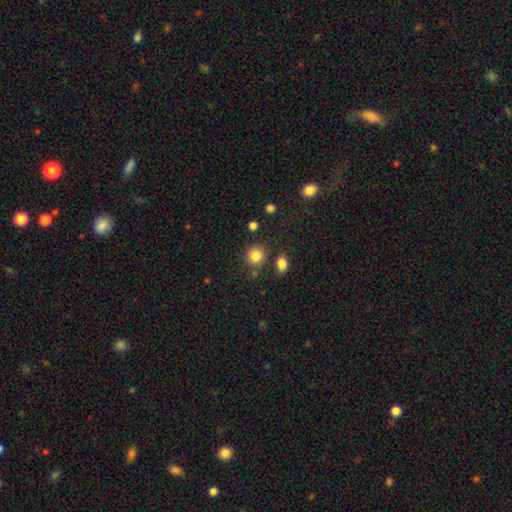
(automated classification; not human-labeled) Morphology: type=smooth (85%); roundness=round (85%); merging=none (80%).